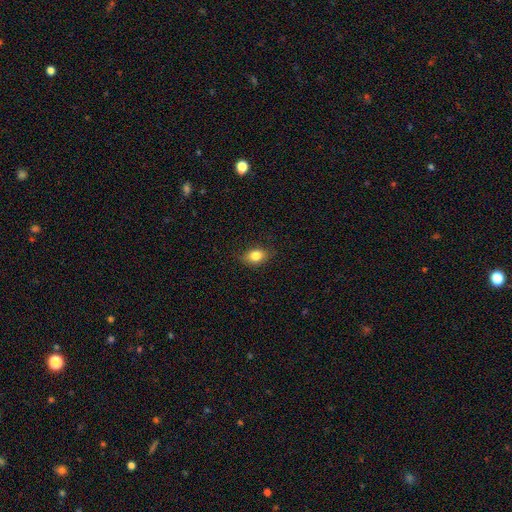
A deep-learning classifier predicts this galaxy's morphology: Smooth or featured?
  - smooth: 81% *
  - star or artifact: 9%
  - featured or disk: 9%
How rounded?
  - in between: 71% *
  - round: 27%
  - cigar-shaped: 2%
Merging?
  - none: 81% *
  - minor disturbance: 15%
  - major disturbance: 3%
  - merger: 1%